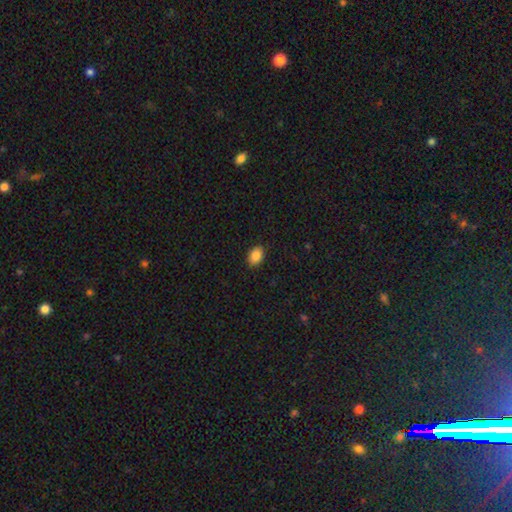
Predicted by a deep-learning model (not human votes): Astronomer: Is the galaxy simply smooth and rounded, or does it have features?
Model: smooth — 88%.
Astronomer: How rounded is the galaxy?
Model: in between — 81%.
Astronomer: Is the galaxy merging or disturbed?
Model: none — 89%.